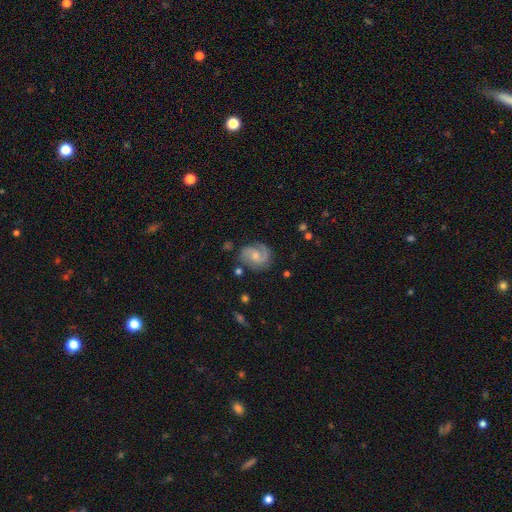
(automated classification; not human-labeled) smooth_or_featured: featured or disk (p=0.79) [alt: smooth p=0.14]
disk_edge_on: no (p=0.98) [alt: yes p=0.02]
bar: no (p=0.59) [alt: weak p=0.36]
has_spiral_arms: yes (p=0.96) [alt: no p=0.04]
spiral_winding: medium (p=0.50) [alt: tight p=0.31]
spiral_arm_count: 2 (p=0.78) [alt: 1 p=0.09]
bulge_size: moderate (p=0.48) [alt: small p=0.43]
merging: none (p=0.72) [alt: minor disturbance p=0.18]